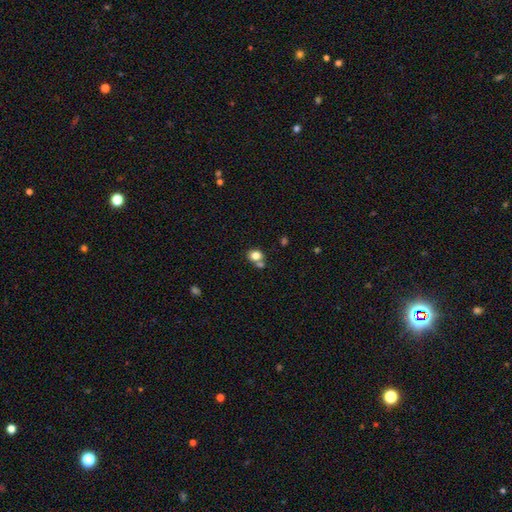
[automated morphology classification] Overall: smooth (80%). How rounded: round (59%; in between 40%). Merging: none (56%; merger 29%).